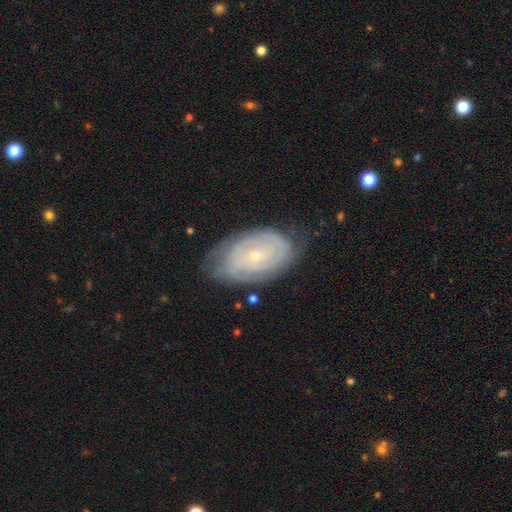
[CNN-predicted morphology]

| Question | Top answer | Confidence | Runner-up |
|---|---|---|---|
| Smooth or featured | featured or disk | 74% | smooth (19%) |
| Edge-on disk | no | 95% | yes (5%) |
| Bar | no | 75% | weak (21%) |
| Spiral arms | yes | 88% | no (12%) |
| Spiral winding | tight | 77% | medium (18%) |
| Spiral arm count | can't tell | 51% | 2 (23%) |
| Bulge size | small | 78% | moderate (18%) |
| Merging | none | 69% | minor disturbance (23%) |